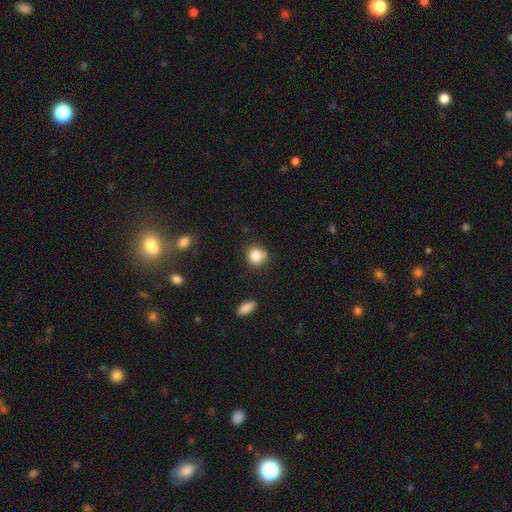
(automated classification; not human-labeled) Smooth or featured? Predicted: smooth (p=0.83). How rounded? Predicted: round (p=0.83). Merging? Predicted: none (p=0.74).